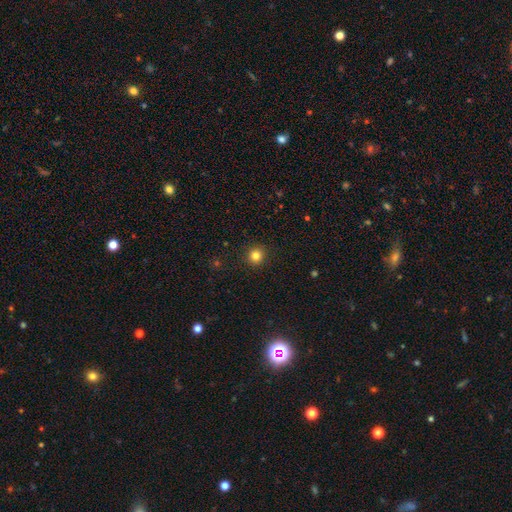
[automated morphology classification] Q: Smooth or featured?
A: smooth (83%); runner-up: star or artifact (12%)
Q: How rounded?
A: round (93%); runner-up: in between (6%)
Q: Merging?
A: none (92%); runner-up: minor disturbance (5%)